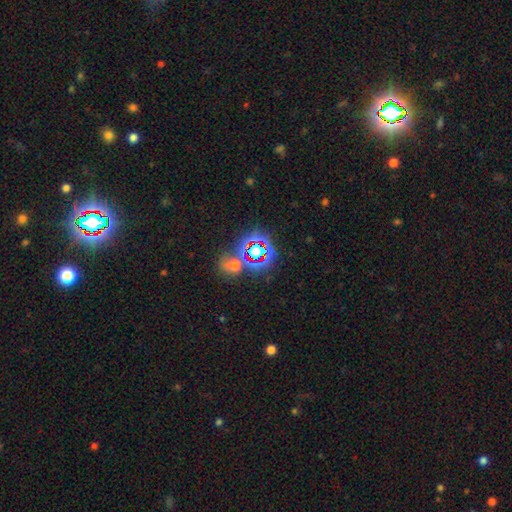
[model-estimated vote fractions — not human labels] smooth_or_featured: star or artifact (p=0.66) [alt: smooth p=0.22]